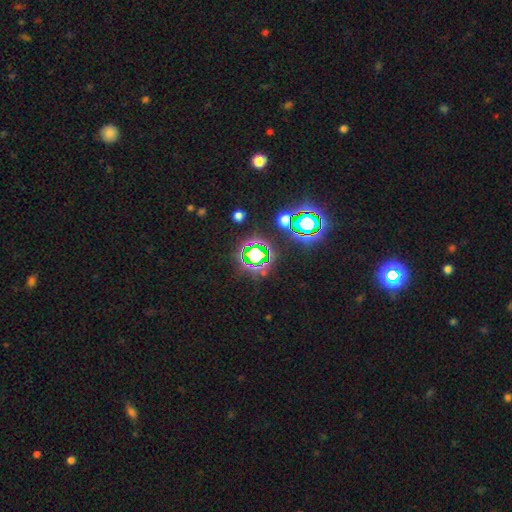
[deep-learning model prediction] A star or artifact, not a galaxy (67%).